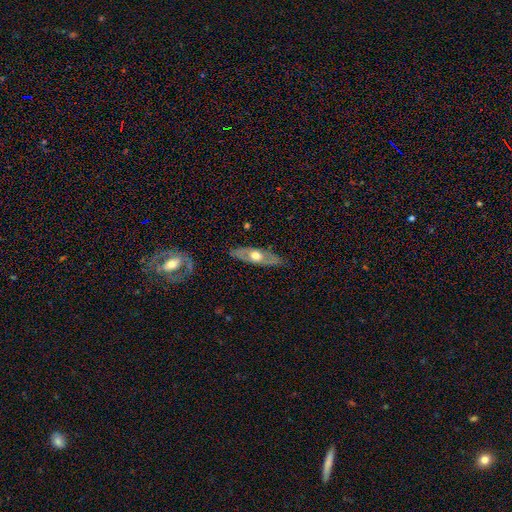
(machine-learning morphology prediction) Smooth or featured?
  - featured or disk: 56% *
  - smooth: 39%
  - star or artifact: 5%
Edge-on disk?
  - no: 51% *
  - yes: 49%
Merging?
  - none: 84% *
  - minor disturbance: 12%
  - major disturbance: 3%
  - merger: 1%